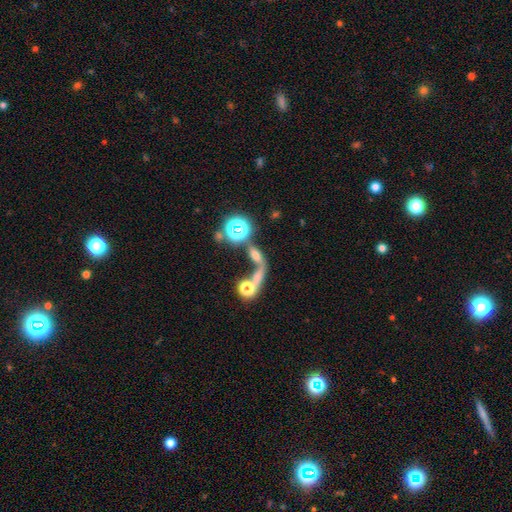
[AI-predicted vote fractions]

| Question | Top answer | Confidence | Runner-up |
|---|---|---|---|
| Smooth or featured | smooth | 49% | star or artifact (26%) |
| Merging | merger | 51% | none (25%) |